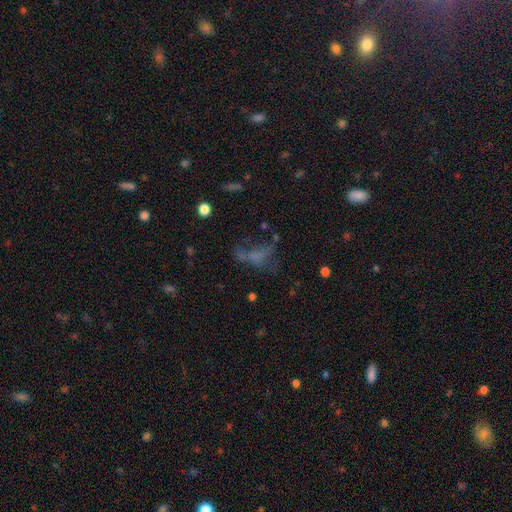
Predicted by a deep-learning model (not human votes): smooth 45%, featured or disk 30%, star or artifact 26%. Down the decision tree: merging — major disturbance (37%).